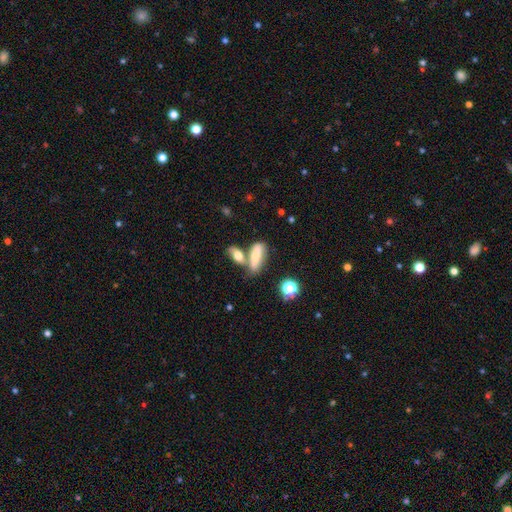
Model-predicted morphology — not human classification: smooth-or-featured: smooth: 68% | featured or disk: 23% | star or artifact: 9%
  how-rounded: in between: 60% | cigar-shaped: 36% | round: 5%
  merging: merger: 43% | none: 38% | minor disturbance: 12% | major disturbance: 6%